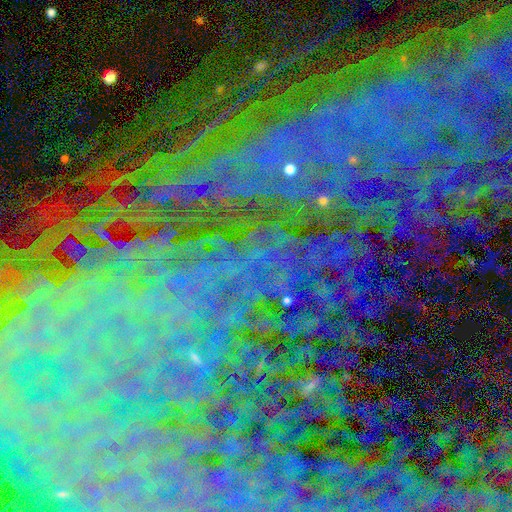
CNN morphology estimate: type=star or artifact (83%).